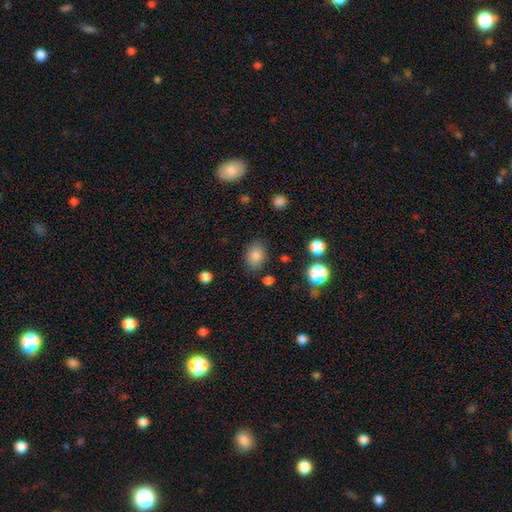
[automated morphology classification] This is clearly a smooth galaxy (82%). How rounded: likely in between (67%). Merging: clearly none (81%).